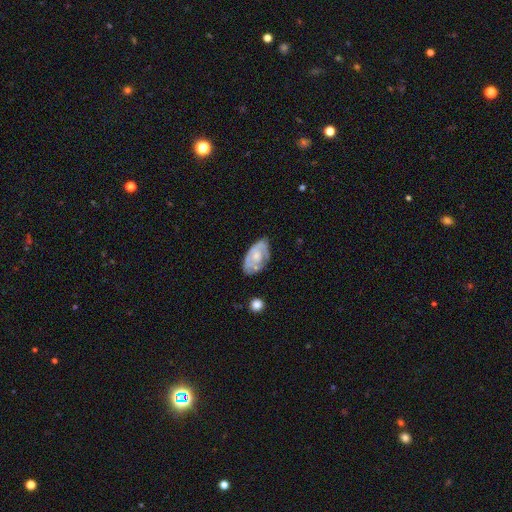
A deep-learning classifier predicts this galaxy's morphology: featured or disk 62%, smooth 32%, star or artifact 6%. Down the decision tree: edge-on disk — no (94%); bar — no (79%); spiral arms — yes (64%); bulge size — moderate (46%); merging — none (61%).